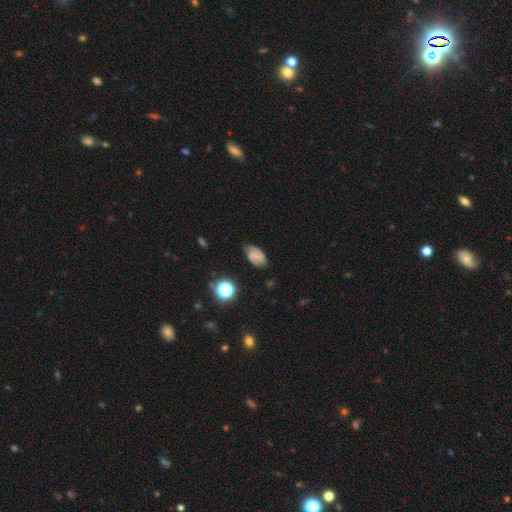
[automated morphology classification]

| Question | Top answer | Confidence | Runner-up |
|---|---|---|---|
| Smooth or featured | smooth | 66% | featured or disk (20%) |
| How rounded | in between | 88% | round (11%) |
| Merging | none | 66% | minor disturbance (26%) |